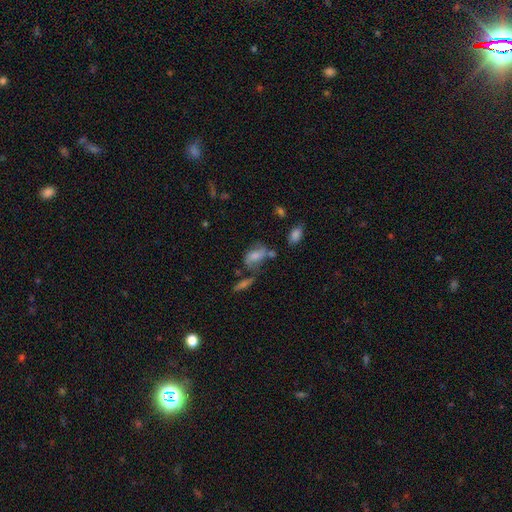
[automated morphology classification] A smooth galaxy with no disk features (48%).

Vote fractions:
- Smooth or featured? smooth: 48% / featured or disk: 41% / star or artifact: 11%
- Merging? none: 41% / minor disturbance: 24% / major disturbance: 17% / merger: 17%